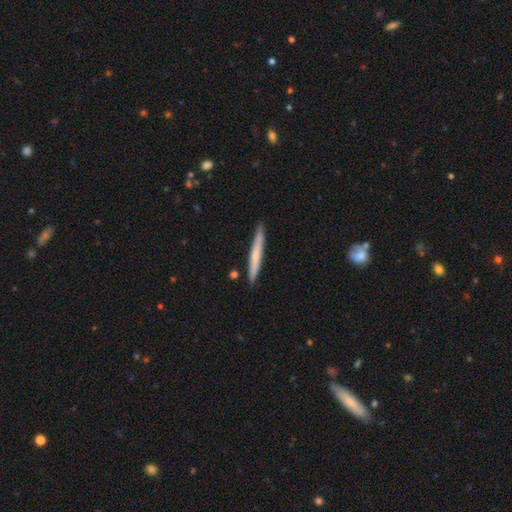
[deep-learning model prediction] Q: Smooth or featured?
A: smooth (58%); runner-up: featured or disk (37%)
Q: How rounded?
A: cigar-shaped (96%); runner-up: in between (2%)
Q: Merging?
A: none (89%); runner-up: minor disturbance (8%)